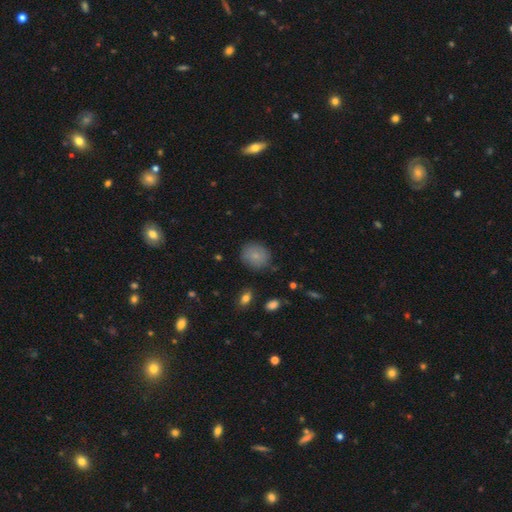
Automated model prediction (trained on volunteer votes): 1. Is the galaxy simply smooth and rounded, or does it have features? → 81% smooth, 10% featured or disk, 8% star or artifact.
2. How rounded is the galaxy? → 77% round, 22% in between, 1% cigar-shaped.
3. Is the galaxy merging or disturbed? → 81% none, 14% minor disturbance, 3% major disturbance, 2% merger.